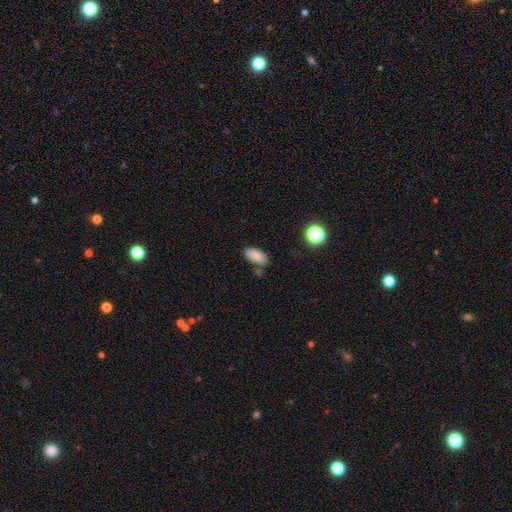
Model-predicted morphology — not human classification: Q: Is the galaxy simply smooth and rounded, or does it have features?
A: smooth — 85%.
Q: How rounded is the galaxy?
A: in between — 91%.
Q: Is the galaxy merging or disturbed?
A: none — 72%.